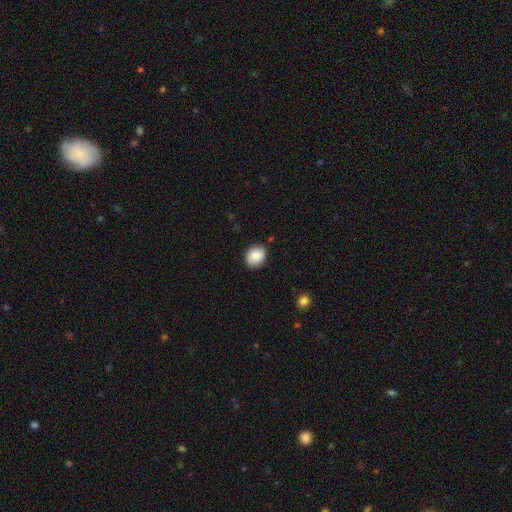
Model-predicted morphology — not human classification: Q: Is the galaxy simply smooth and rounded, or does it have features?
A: smooth — 84%.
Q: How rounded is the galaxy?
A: in between — 53%.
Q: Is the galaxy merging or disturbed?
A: none — 83%.